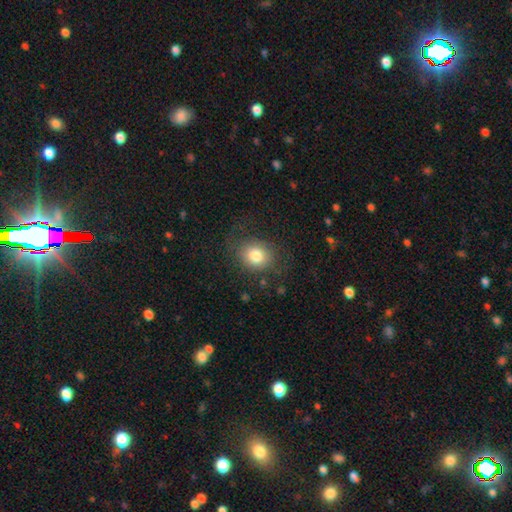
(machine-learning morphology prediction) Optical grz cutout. It shows a smooth galaxy with no disk features (80%) that is round (63%). Merging: none (72%).